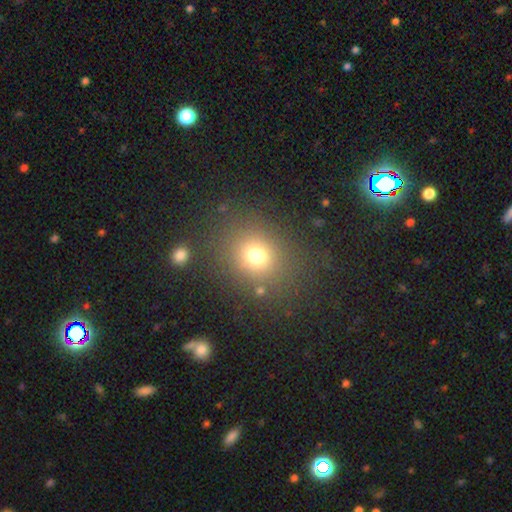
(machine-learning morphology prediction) This appears to be a smooth galaxy with no disk features (71%) that is round (72%). Merging: none (81%).